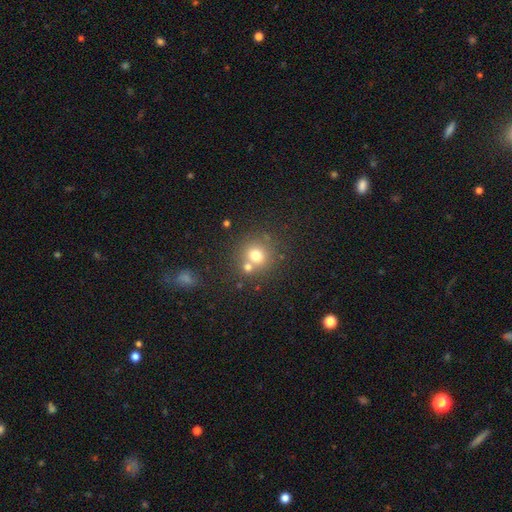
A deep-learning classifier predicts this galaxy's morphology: smooth_or_featured: smooth (p=0.72) [alt: star or artifact p=0.15]
how_rounded: round (p=0.88) [alt: in between p=0.11]
merging: none (p=0.61) [alt: merger p=0.27]